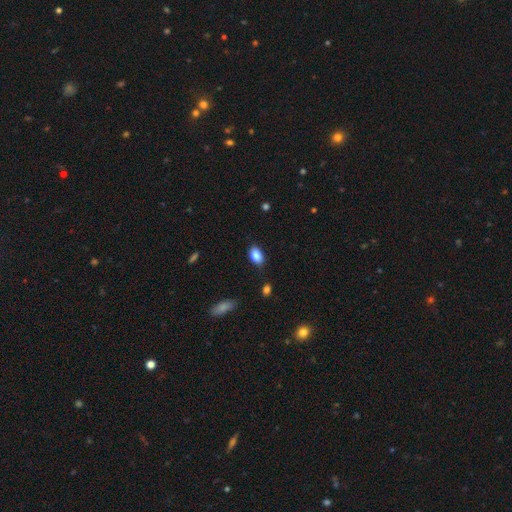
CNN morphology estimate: Overall: smooth (85%). How rounded: in between (88%). Merging: none (82%).